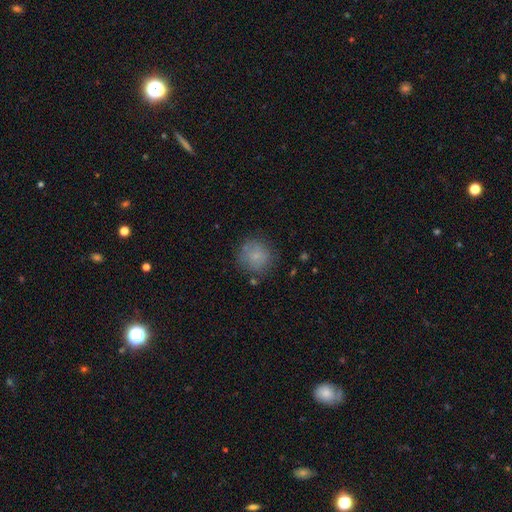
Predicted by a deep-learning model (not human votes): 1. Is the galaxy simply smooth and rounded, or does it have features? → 76% smooth, 14% featured or disk, 10% star or artifact.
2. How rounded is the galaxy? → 92% round, 7% in between, 1% cigar-shaped.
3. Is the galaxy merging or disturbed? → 76% none, 15% minor disturbance, 6% major disturbance, 4% merger.